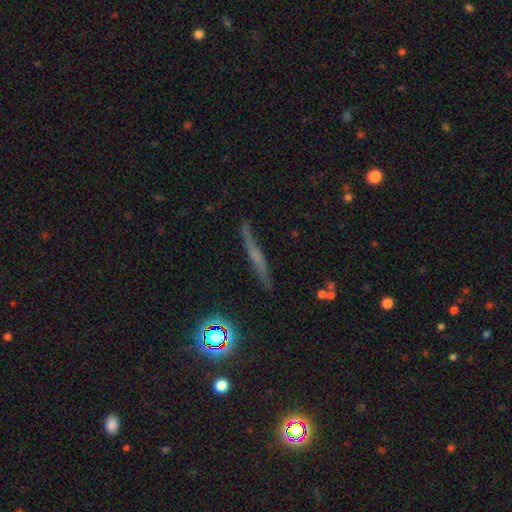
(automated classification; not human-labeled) smooth_or_featured: featured or disk (p=0.47) [alt: smooth p=0.34]
merging: none (p=0.80) [alt: minor disturbance p=0.14]